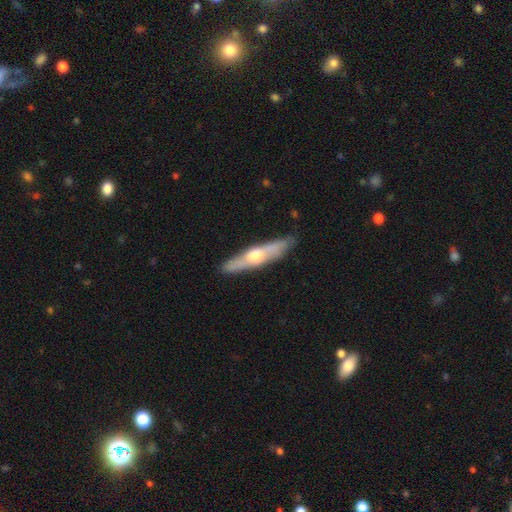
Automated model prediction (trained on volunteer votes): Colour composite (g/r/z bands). It shows a featured or disk galaxy (58%) viewed edge-on (90%) with a rounded central bulge (93%). Merging: none (86%).